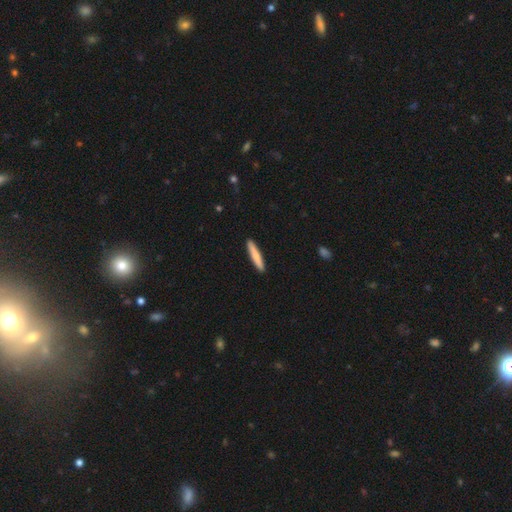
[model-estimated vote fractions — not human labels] The model was most divided on "smooth or featured": smooth: 78%, featured or disk: 17%, star or artifact: 5%. More confident: how rounded — cigar-shaped (93%); merging — none (92%).